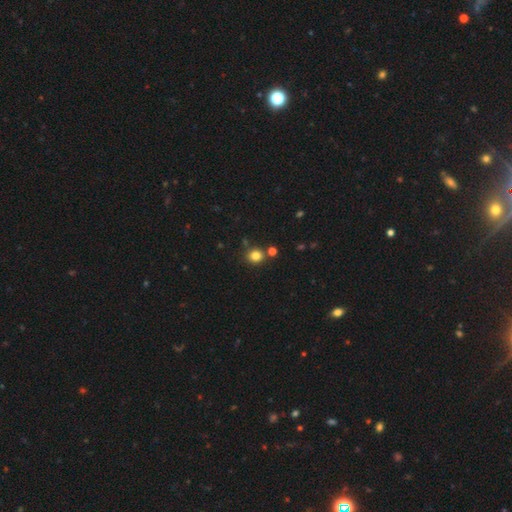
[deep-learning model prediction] smooth 81%, star or artifact 14%, featured or disk 5%. Down the decision tree: how rounded — round (87%); merging — none (81%).